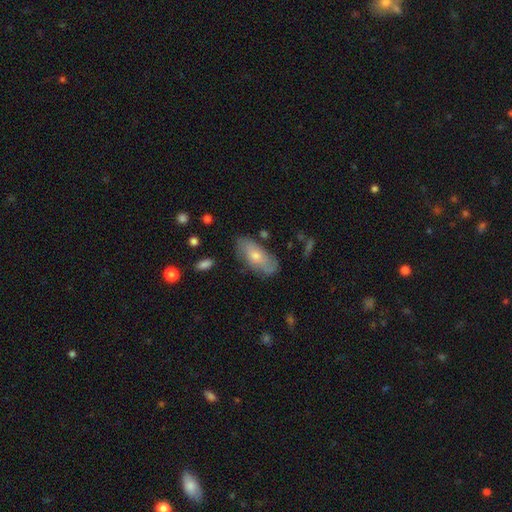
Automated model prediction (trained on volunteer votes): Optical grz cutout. It shows a smooth galaxy with no disk features (50%). Merging: none (70%).